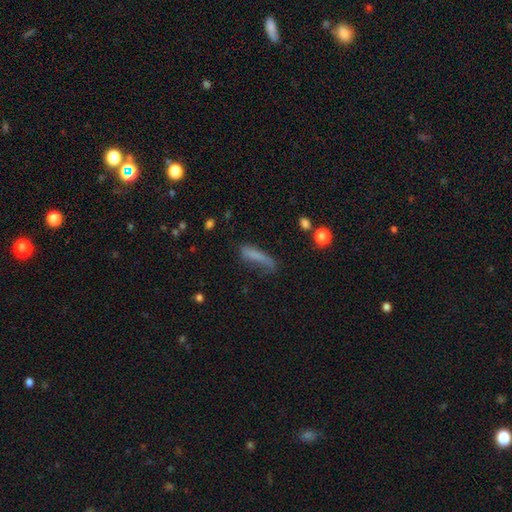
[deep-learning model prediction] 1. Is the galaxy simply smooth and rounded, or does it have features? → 71% smooth, 18% featured or disk, 11% star or artifact.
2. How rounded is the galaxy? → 72% cigar-shaped, 25% in between, 3% round.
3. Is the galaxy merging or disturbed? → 43% none, 29% minor disturbance, 23% major disturbance, 4% merger.